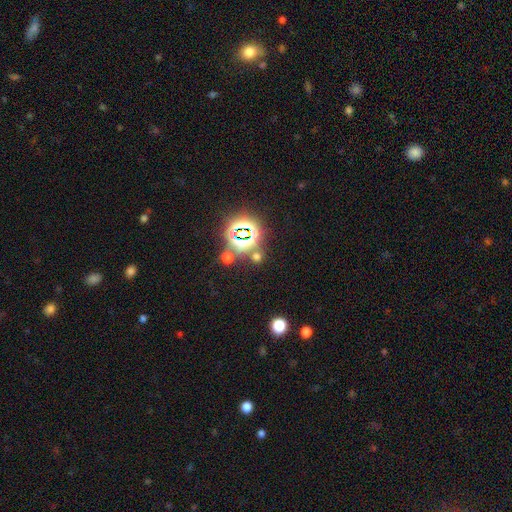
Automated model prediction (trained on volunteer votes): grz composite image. It shows a star or artifact, not a galaxy (66%).